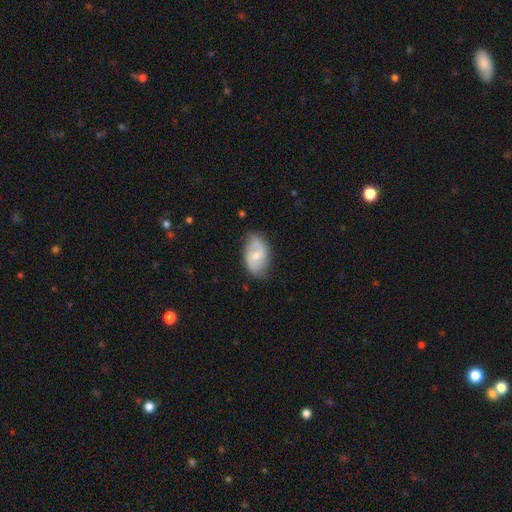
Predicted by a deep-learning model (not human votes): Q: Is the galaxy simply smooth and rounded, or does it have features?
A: featured or disk — 54%.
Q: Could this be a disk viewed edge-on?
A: no — 96%.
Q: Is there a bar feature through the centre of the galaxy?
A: no — 47%.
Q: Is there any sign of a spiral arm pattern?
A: yes — 81%.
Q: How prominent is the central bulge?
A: moderate — 50%.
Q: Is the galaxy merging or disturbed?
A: none — 74%.